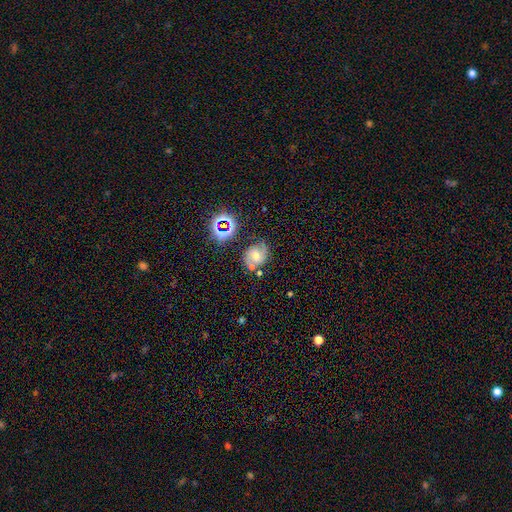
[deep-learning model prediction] The model was most divided on "spiral winding": medium: 47%, tight: 39%, loose: 14%. More confident: edge-on disk — no (97%); spiral arms — yes (91%); spiral arm count — 2 (81%); merging — none (69%); bulge size — moderate (65%); smooth or featured — featured or disk (62%); bar — no (57%).